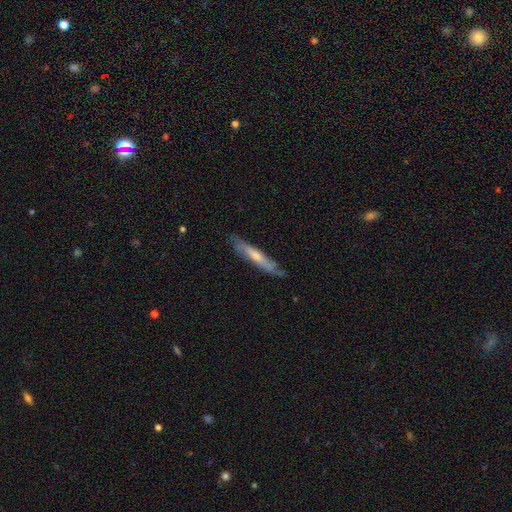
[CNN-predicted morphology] Smooth or featured? featured or disk (55%)
Edge-on disk? yes (76%)
Merging? none (78%)